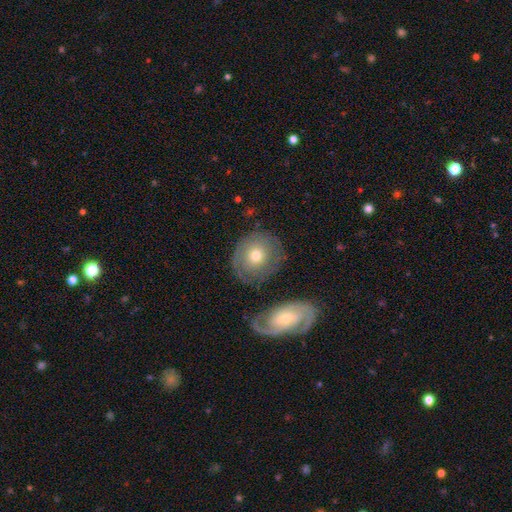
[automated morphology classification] This is possibly a smooth galaxy (53%). How rounded: likely round (78%). Merging: likely none (74%).